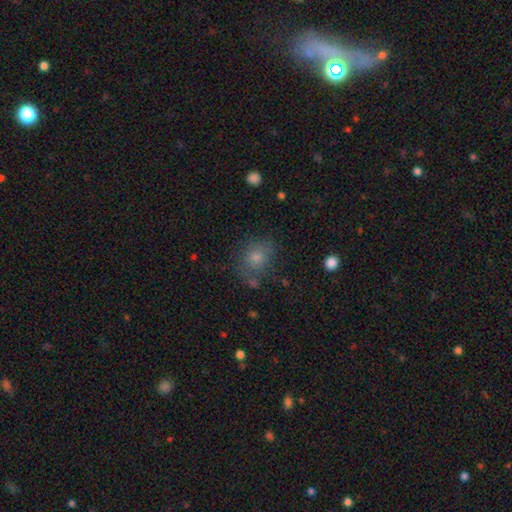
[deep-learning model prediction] A smooth galaxy with no disk features (72%) that is round (66%). Merging: none (70%).